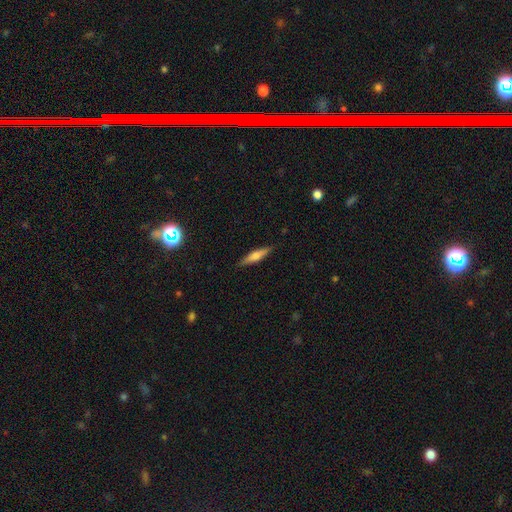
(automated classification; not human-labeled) Overall: featured or disk (48%; smooth 45%). Merging: none (89%).